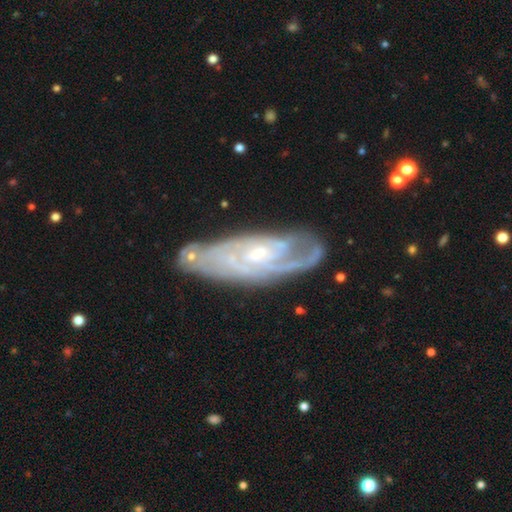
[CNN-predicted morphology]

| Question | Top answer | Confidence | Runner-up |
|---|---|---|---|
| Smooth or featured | featured or disk | 83% | smooth (12%) |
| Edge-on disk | no | 86% | yes (14%) |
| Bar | no | 60% | weak (33%) |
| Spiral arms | yes | 92% | no (8%) |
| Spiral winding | tight | 61% | medium (31%) |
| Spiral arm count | can't tell | 42% | 2 (28%) |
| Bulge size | small | 57% | moderate (33%) |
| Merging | none | 69% | minor disturbance (19%) |